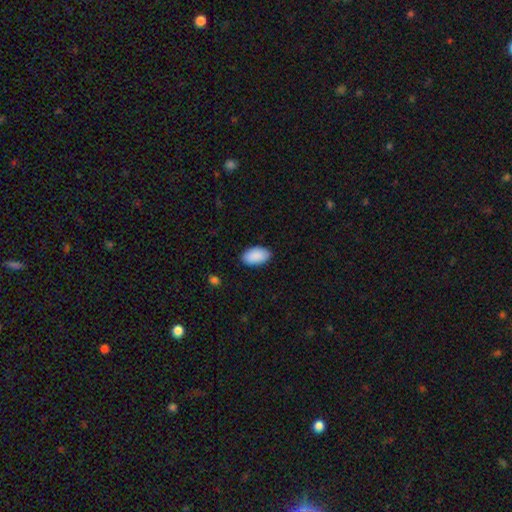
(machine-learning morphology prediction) Smooth or featured?
  - smooth: 91% *
  - star or artifact: 6%
  - featured or disk: 3%
How rounded?
  - in between: 95% *
  - round: 3%
  - cigar-shaped: 1%
Merging?
  - none: 87% *
  - minor disturbance: 10%
  - major disturbance: 2%
  - merger: 1%